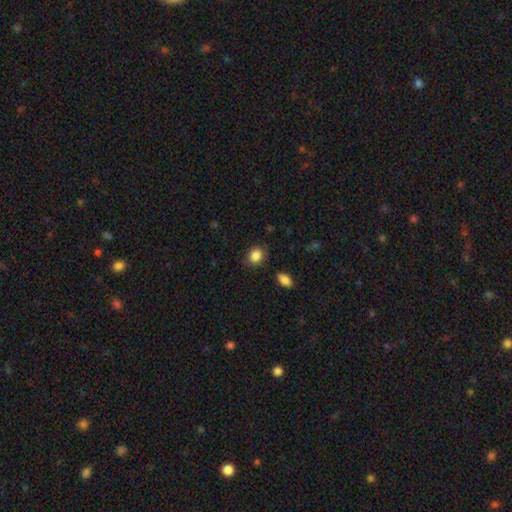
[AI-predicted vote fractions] This is clearly a smooth galaxy (87%). How rounded: likely round (66%). Merging: clearly none (85%).